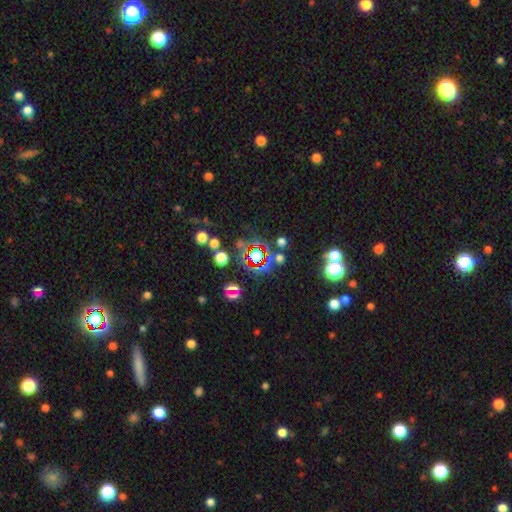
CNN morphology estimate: A star or artifact, not a galaxy (59%).